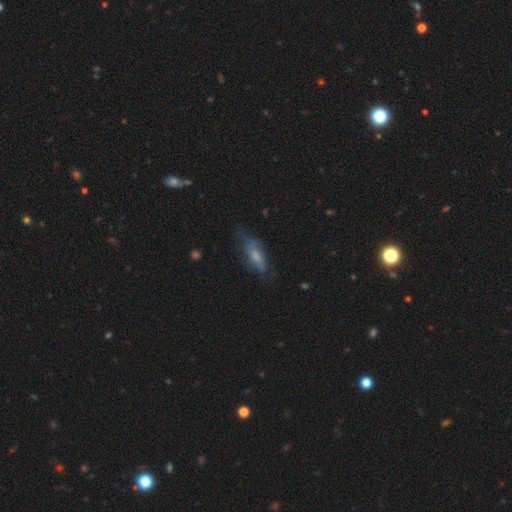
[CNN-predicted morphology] type=smooth (62%); roundness=in between (64%); merging=none (58%).